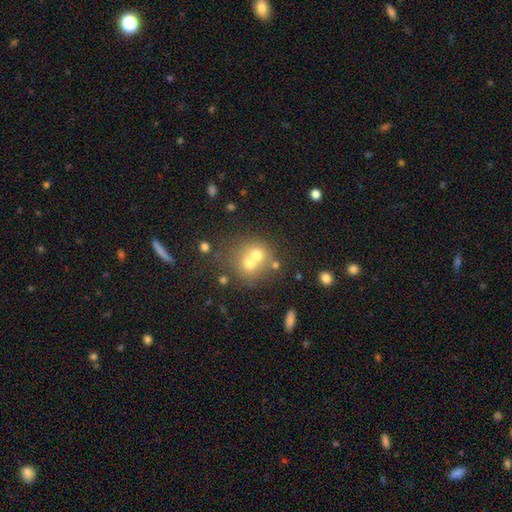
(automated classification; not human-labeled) The model was most divided on "merging": merger: 57%, none: 33%, minor disturbance: 7%, major disturbance: 4%. More confident: how rounded — round (80%); smooth or featured — smooth (60%).